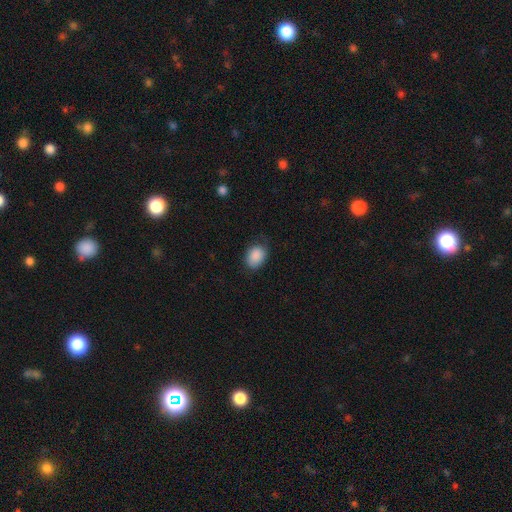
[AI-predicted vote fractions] Smooth or featured?
  - smooth: 89% *
  - star or artifact: 7%
  - featured or disk: 4%
How rounded?
  - in between: 73% *
  - round: 26%
  - cigar-shaped: 1%
Merging?
  - none: 74% *
  - minor disturbance: 21%
  - major disturbance: 5%
  - merger: 1%